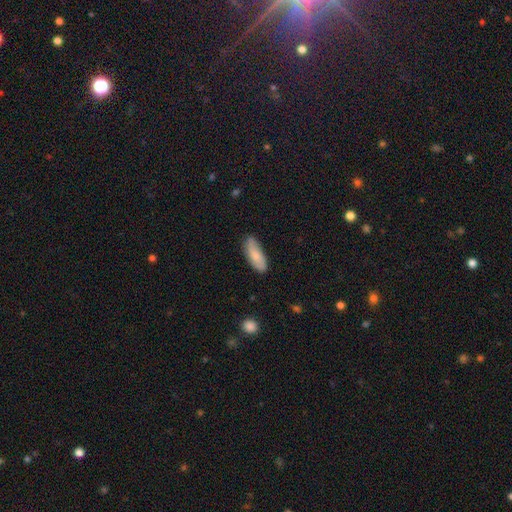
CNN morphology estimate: Overall: smooth (76%). How rounded: in between (68%; cigar-shaped 30%). Merging: none (78%).